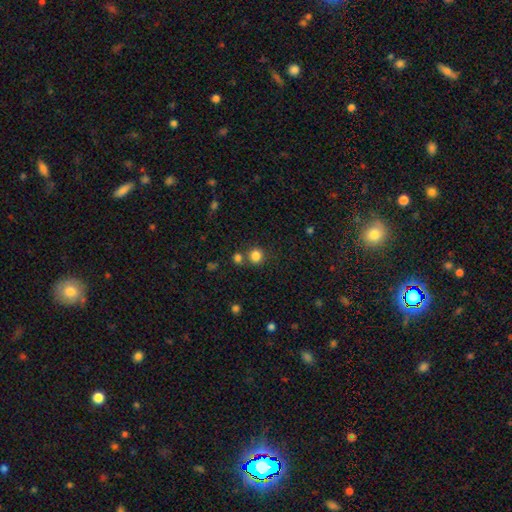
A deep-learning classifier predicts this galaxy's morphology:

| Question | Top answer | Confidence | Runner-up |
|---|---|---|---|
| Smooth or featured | smooth | 83% | star or artifact (12%) |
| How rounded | round | 90% | in between (9%) |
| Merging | none | 72% | merger (17%) |